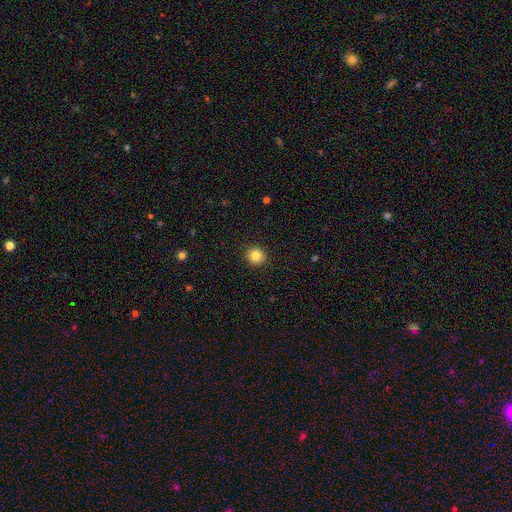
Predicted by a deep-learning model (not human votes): Smooth or featured? Predicted: smooth (p=0.84). How rounded? Predicted: round (p=0.93). Merging? Predicted: none (p=0.93).